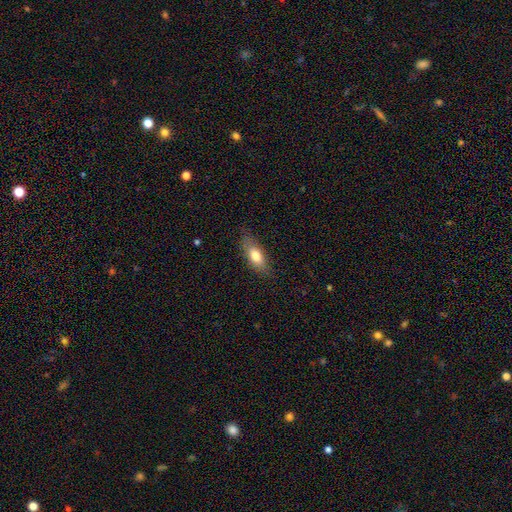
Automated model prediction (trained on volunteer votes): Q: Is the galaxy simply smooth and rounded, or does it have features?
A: smooth — 74%.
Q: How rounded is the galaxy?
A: in between — 73%.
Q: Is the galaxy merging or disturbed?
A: none — 77%.